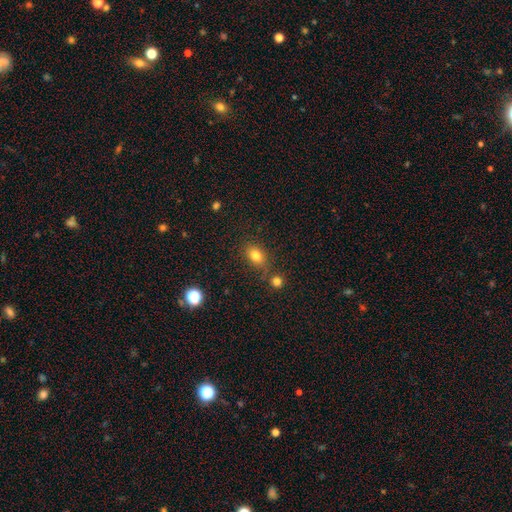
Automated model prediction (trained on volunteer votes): Smooth or featured? Predicted: smooth (p=0.80). How rounded? Predicted: in between (p=0.72). Merging? Predicted: none (p=0.72).